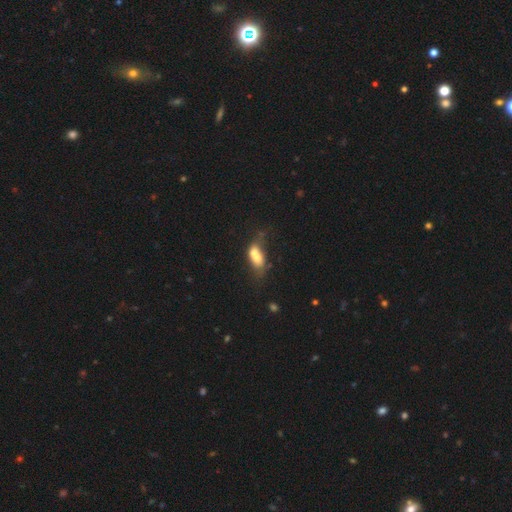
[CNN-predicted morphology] A smooth galaxy with no disk features (61%) that is in between round and cigar-shaped (77%).

Vote fractions:
- Smooth or featured? smooth: 61% / featured or disk: 29% / star or artifact: 10%
- How rounded? in between: 77% / round: 12% / cigar-shaped: 10%
- Merging? merger: 54% / none: 21% / minor disturbance: 13% / major disturbance: 12%